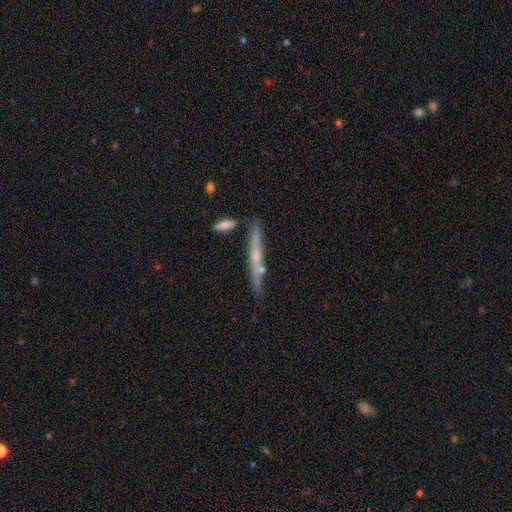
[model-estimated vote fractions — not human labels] Smooth or featured: featured or disk — 60% (smooth — 33%)
Edge-on disk: yes — 94% (no — 6%)
Edge-on bulge: rounded — 54% (none — 41%)
Merging: none — 80% (minor disturbance — 12%)